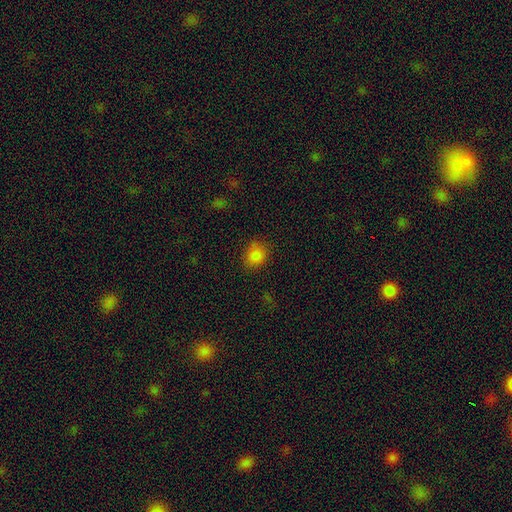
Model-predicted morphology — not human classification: A smooth galaxy with no disk features (84%) that is round (60%).

Vote fractions:
- Smooth or featured? smooth: 84% / star or artifact: 12% / featured or disk: 4%
- How rounded? round: 60% / in between: 39% / cigar-shaped: 1%
- Merging? none: 79% / minor disturbance: 15% / major disturbance: 4% / merger: 2%